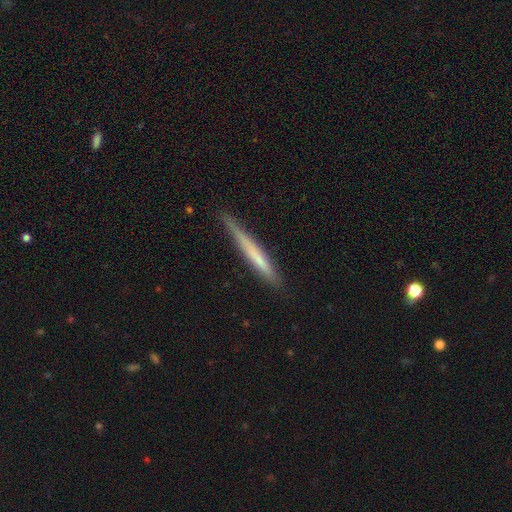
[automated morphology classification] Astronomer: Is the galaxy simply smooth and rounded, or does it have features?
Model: smooth — 54% (runner-up: featured or disk, 40%).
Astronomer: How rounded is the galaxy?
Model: cigar-shaped — 96%.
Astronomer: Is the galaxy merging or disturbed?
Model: none — 80%.